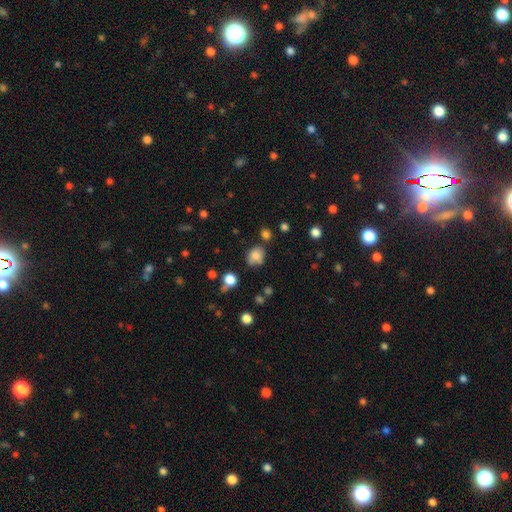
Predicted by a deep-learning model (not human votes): Smooth or featured? Predicted: smooth (p=0.78). How rounded? Predicted: round (p=0.60). Merging? Predicted: none (p=0.63).